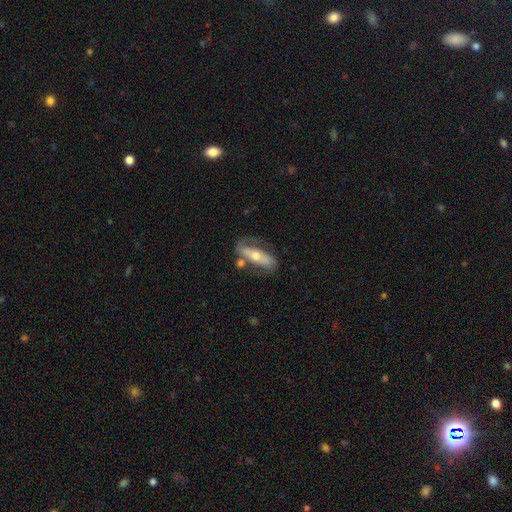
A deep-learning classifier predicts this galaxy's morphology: Smooth or featured? featured or disk (60%)
Edge-on disk? no (71%)
Merging? none (54%)